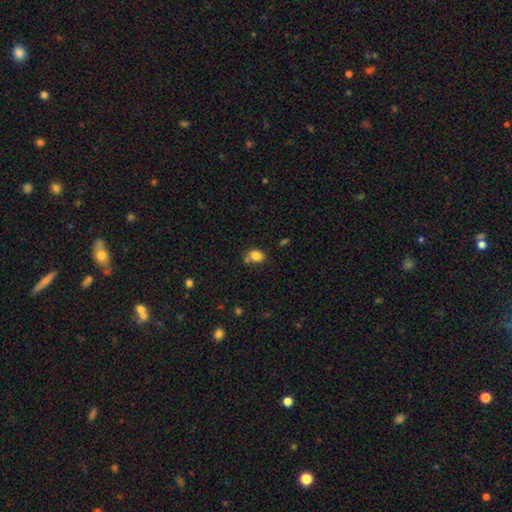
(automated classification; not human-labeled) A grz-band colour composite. It shows a smooth galaxy with no disk features (84%) that is in between round and cigar-shaped (56%). Merging: none (63%).